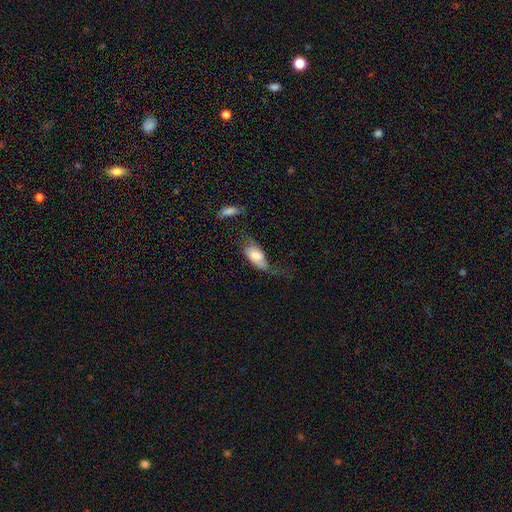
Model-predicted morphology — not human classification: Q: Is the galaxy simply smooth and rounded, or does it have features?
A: smooth — 59%.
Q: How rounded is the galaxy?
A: in between — 88%.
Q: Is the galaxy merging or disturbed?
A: major disturbance — 42%.